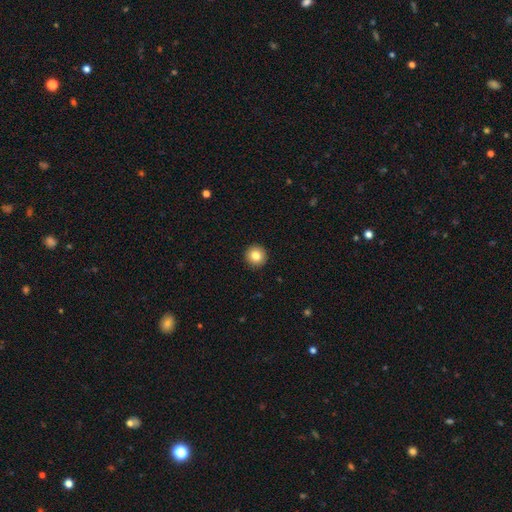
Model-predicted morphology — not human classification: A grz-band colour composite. It shows a smooth galaxy with no disk features (82%) that is round (96%). Merging: none (93%).